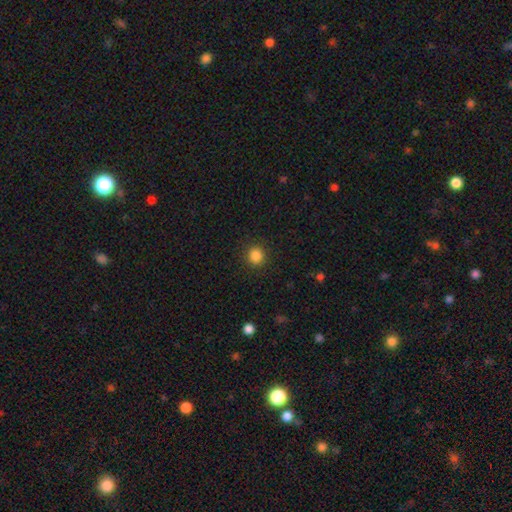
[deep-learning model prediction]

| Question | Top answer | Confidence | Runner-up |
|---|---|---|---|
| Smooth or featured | smooth | 85% | star or artifact (12%) |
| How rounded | round | 90% | in between (9%) |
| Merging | none | 91% | minor disturbance (6%) |